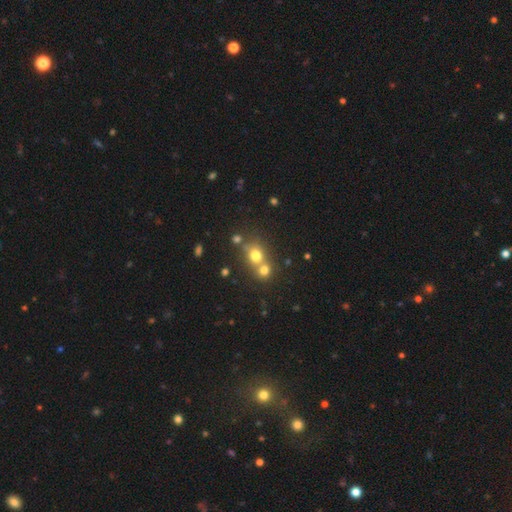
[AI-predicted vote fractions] Overall: smooth (71%). How rounded: round (72%). Merging: merger (48%; none 41%).